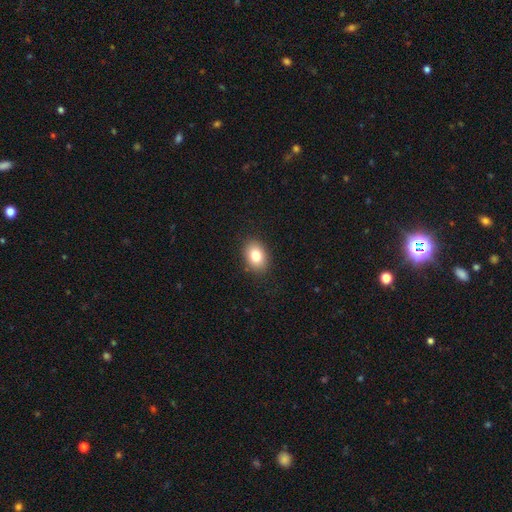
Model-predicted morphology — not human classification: type=smooth (81%); roundness=in between (73%); merging=none (88%).